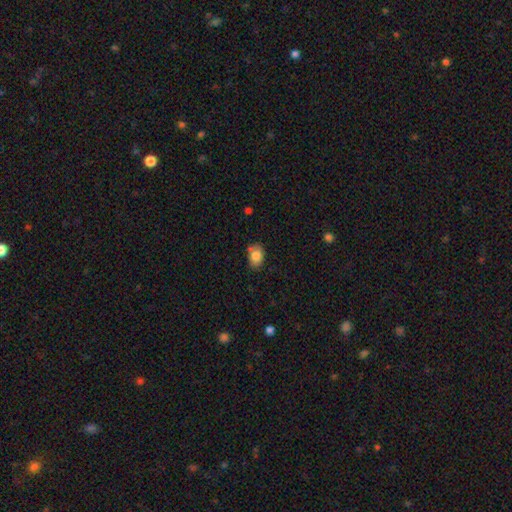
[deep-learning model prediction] Smooth or featured?
  - smooth: 82% *
  - featured or disk: 9%
  - star or artifact: 9%
How rounded?
  - in between: 76% *
  - round: 23%
  - cigar-shaped: 1%
Merging?
  - none: 65% *
  - minor disturbance: 22%
  - merger: 8%
  - major disturbance: 4%